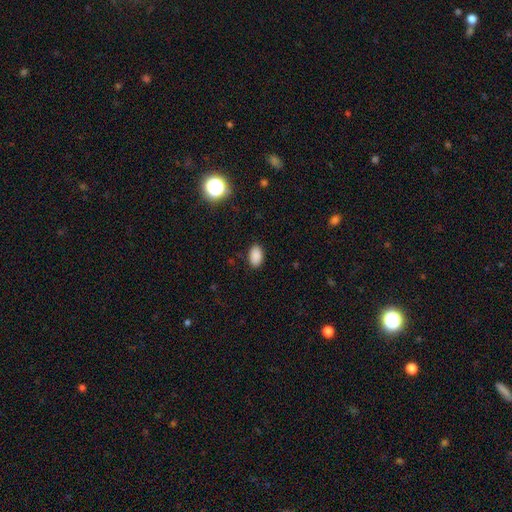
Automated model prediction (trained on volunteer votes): This is clearly a smooth galaxy (87%). How rounded: clearly in between (90%). Merging: clearly none (88%).